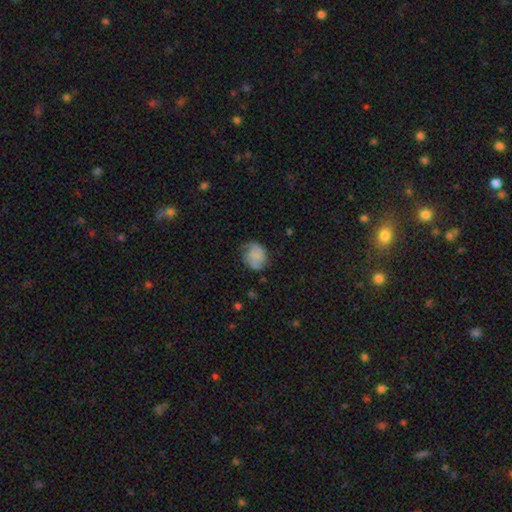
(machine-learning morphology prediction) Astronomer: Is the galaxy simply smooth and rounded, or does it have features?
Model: smooth — 59%.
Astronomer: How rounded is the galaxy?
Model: round — 60% (runner-up: in between, 39%).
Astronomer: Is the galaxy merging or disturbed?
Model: none — 55%.